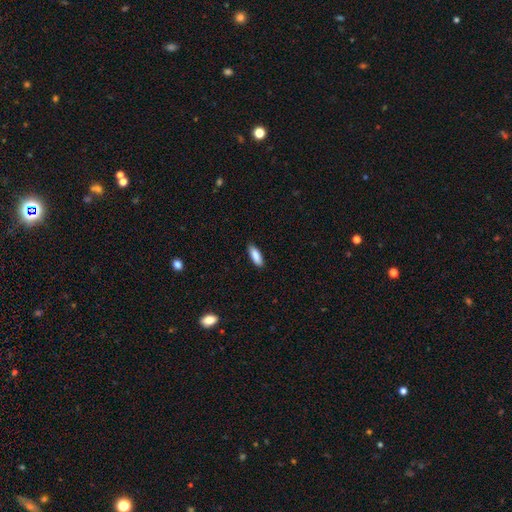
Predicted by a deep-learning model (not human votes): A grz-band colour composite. It shows a smooth galaxy with no disk features (88%) that is in between round and cigar-shaped (63%). Merging: none (87%).